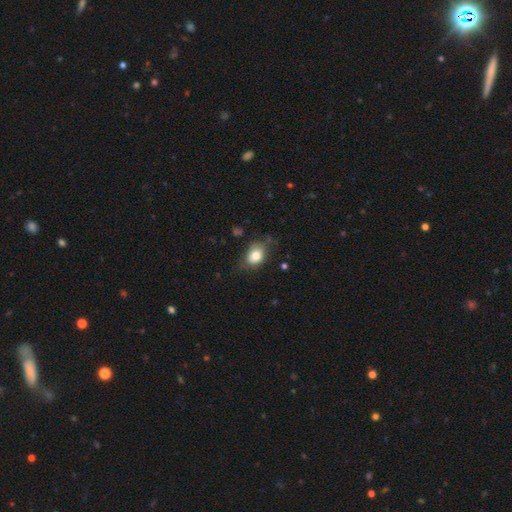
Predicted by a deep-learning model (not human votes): Smooth or featured? smooth (79%)
How rounded? in between (67%)
Merging? none (60%)